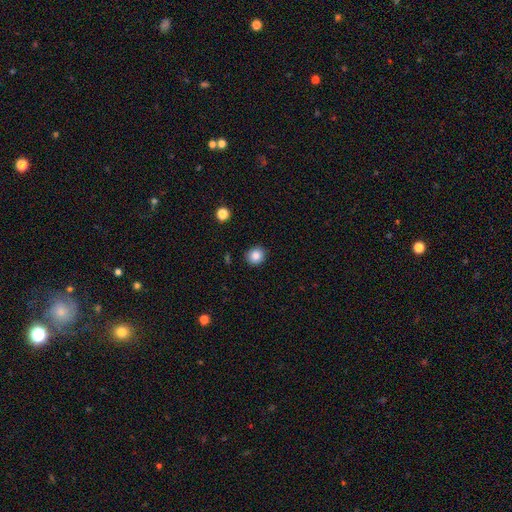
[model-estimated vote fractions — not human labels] Smooth or featured? Predicted: smooth (p=0.85). How rounded? Predicted: round (p=0.87). Merging? Predicted: none (p=0.90).